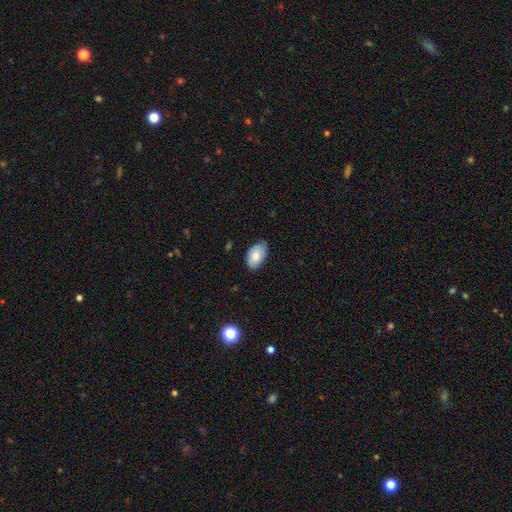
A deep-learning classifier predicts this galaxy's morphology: A smooth galaxy with no disk features (77%) that is in between round and cigar-shaped (93%).

Vote fractions:
- Smooth or featured? smooth: 77% / featured or disk: 17% / star or artifact: 7%
- How rounded? in between: 93% / round: 6% / cigar-shaped: 1%
- Merging? none: 71% / minor disturbance: 25% / major disturbance: 3% / merger: 1%